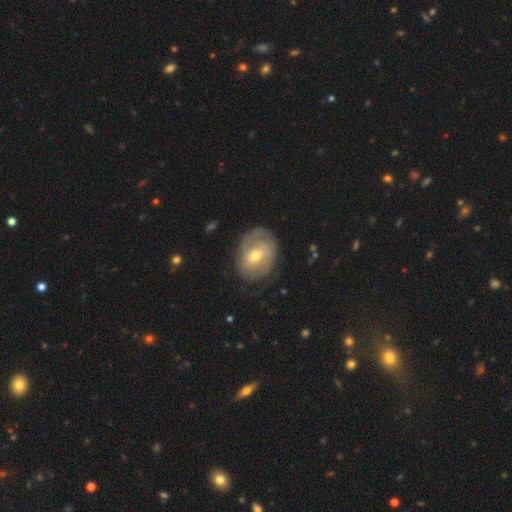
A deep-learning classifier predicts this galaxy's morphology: A featured or disk galaxy (70%) with a weak bar (49%), 2 (41%) tight (60%) spiral arms (75%) and a moderate central bulge (64%). Merging: none (72%).